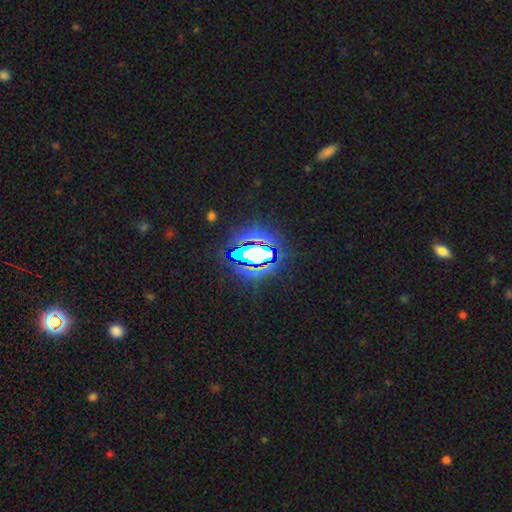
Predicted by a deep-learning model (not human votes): This is likely a star or artifact rather than a galaxy (70%).